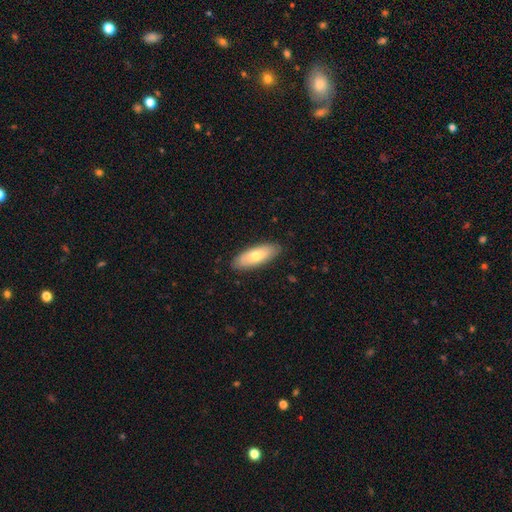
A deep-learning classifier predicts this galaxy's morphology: The model was most divided on "smooth or featured": smooth: 69%, featured or disk: 25%, star or artifact: 6%. More confident: merging — none (87%); how rounded — in between (74%).